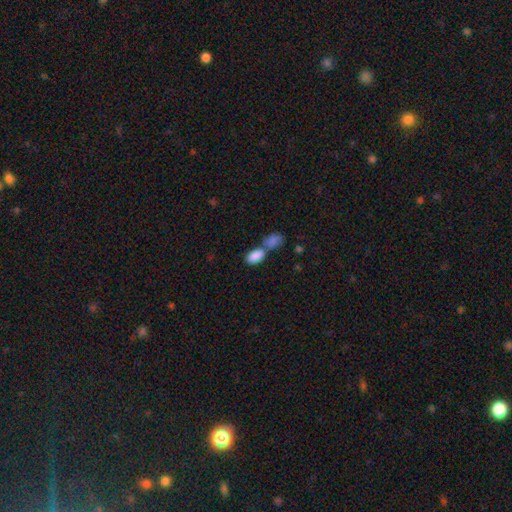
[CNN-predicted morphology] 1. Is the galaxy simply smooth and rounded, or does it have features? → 87% smooth, 7% star or artifact, 6% featured or disk.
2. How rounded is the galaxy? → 92% in between, 5% round, 3% cigar-shaped.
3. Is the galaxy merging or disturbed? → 56% merger, 32% none, 8% minor disturbance, 4% major disturbance.